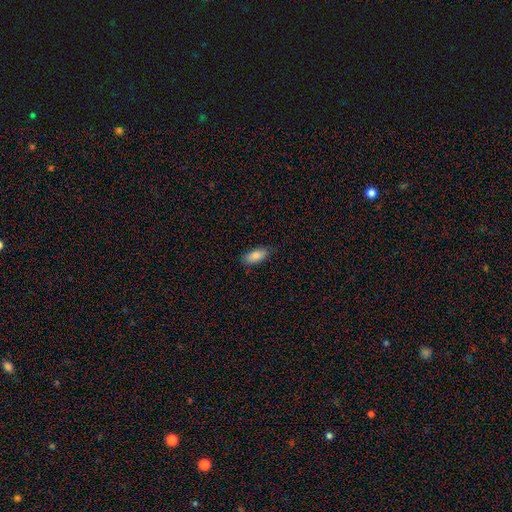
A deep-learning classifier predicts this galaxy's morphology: The model was most divided on "how rounded": in between: 84%, cigar-shaped: 14%, round: 2%. More confident: smooth or featured — smooth (86%); merging — none (83%).